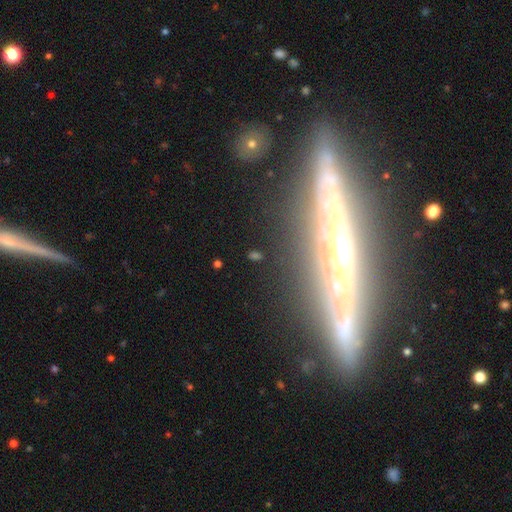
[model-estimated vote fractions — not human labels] This appears to be a featured or disk galaxy (35%). Merging: none (81%).